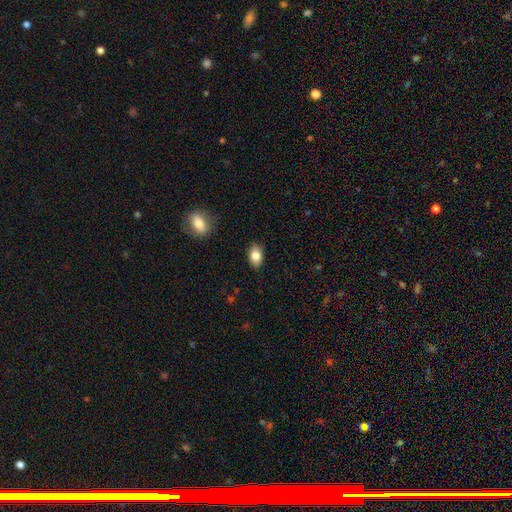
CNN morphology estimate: smooth 83%, featured or disk 10%, star or artifact 8%. Down the decision tree: how rounded — in between (88%); merging — none (87%).